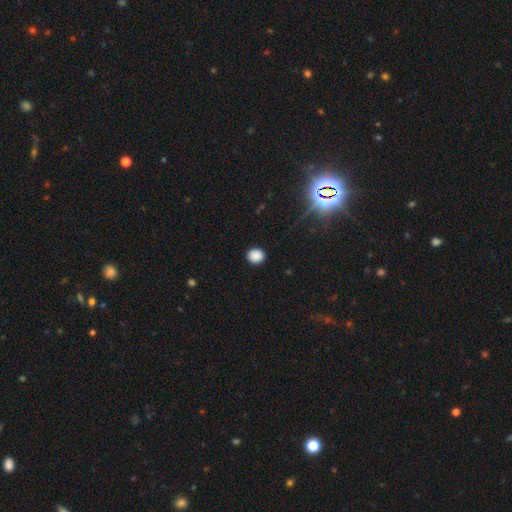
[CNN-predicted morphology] smooth_or_featured: smooth (p=0.86) [alt: star or artifact p=0.11]
how_rounded: round (p=0.81) [alt: in between p=0.18]
merging: none (p=0.91) [alt: minor disturbance p=0.06]